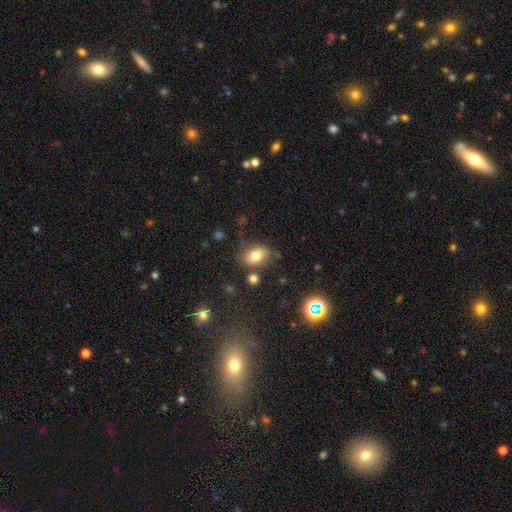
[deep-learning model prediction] Morphology: type=smooth (78%); roundness=in between (79%); merging=none (71%).